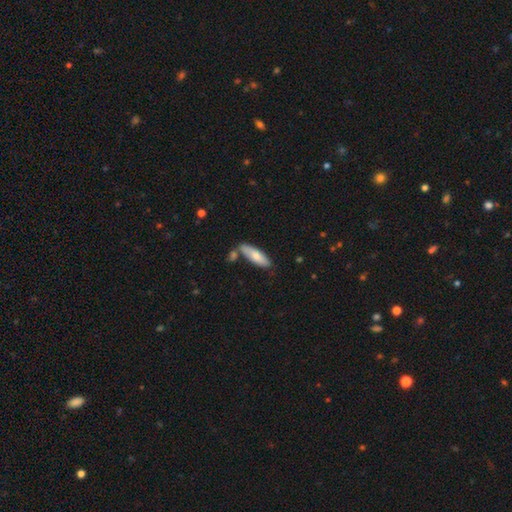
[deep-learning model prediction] This appears to be a smooth galaxy with no disk features (75%) that is cigar-shaped (49%, tied with in between). Merging: none (68%).